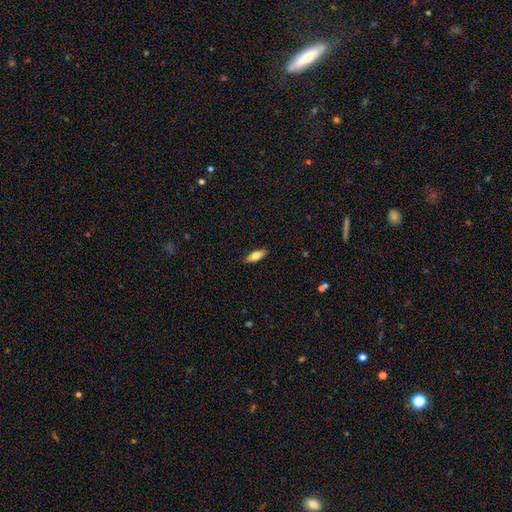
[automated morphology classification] Smooth or featured: smooth — 72% (featured or disk — 22%)
How rounded: in between — 70% (cigar-shaped — 27%)
Merging: none — 87% (minor disturbance — 10%)